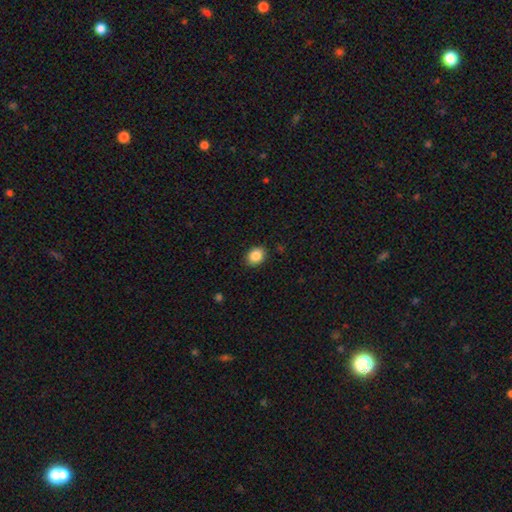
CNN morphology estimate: This appears to be a smooth galaxy with no disk features (86%) that is round (50%). Merging: none (88%).